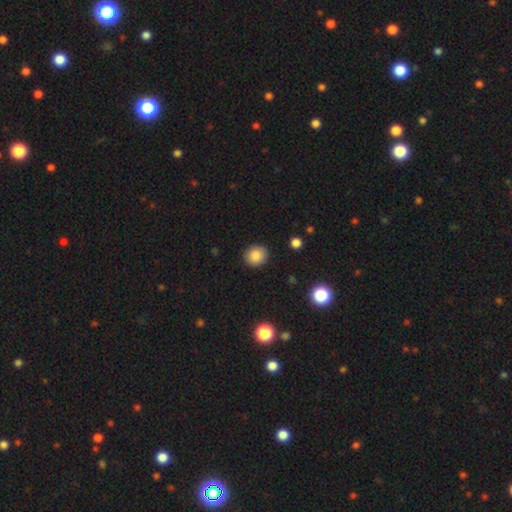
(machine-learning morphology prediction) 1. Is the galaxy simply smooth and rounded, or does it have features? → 86% smooth, 9% star or artifact, 5% featured or disk.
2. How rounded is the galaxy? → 78% round, 21% in between, 1% cigar-shaped.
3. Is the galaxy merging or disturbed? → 89% none, 8% minor disturbance, 2% major disturbance, 1% merger.